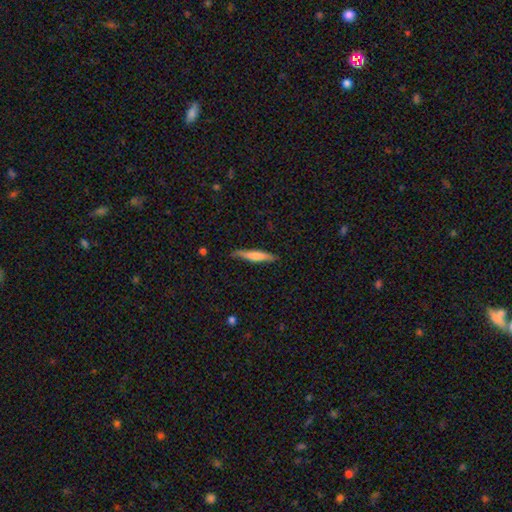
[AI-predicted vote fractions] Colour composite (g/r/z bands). It shows a smooth galaxy with no disk features (66%) that is cigar-shaped (90%). Merging: none (80%).